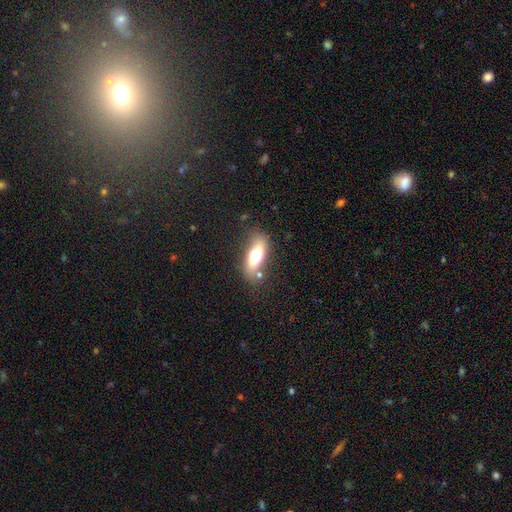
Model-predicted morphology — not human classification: Smooth or featured? Predicted: smooth (p=0.62). How rounded? Predicted: in between (p=0.65). Merging? Predicted: none (p=0.69).